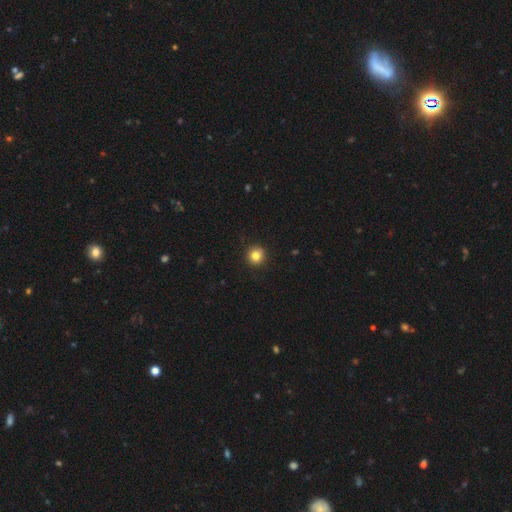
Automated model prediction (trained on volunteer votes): A smooth galaxy with no disk features (82%) that is round (94%). Merging: none (91%).